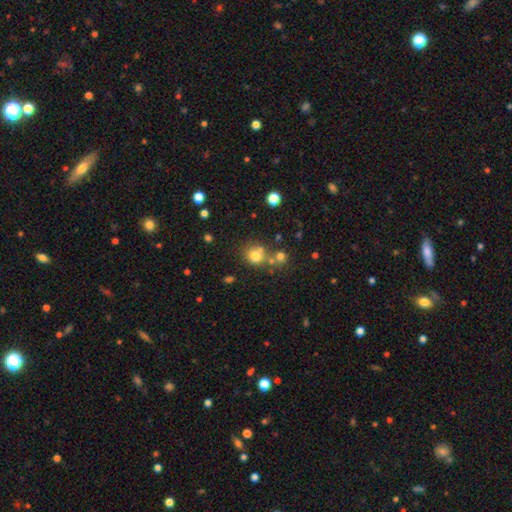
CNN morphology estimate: This is likely a smooth galaxy (73%). How rounded: clearly round (83%). Merging: possibly none (58%).